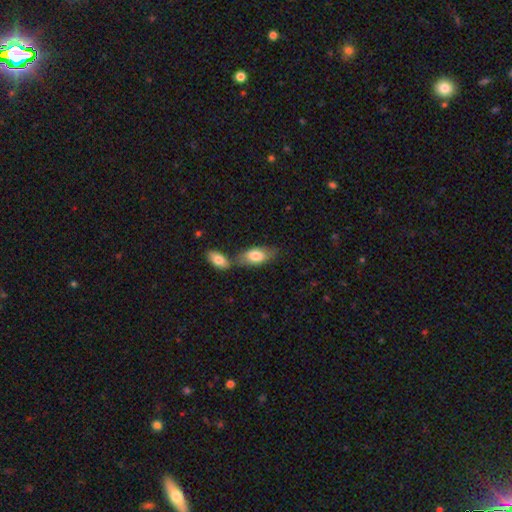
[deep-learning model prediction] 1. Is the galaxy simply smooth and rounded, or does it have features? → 78% smooth, 17% featured or disk, 6% star or artifact.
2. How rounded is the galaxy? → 90% in between, 7% cigar-shaped, 3% round.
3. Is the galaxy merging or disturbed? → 47% none, 33% merger, 15% minor disturbance, 5% major disturbance.